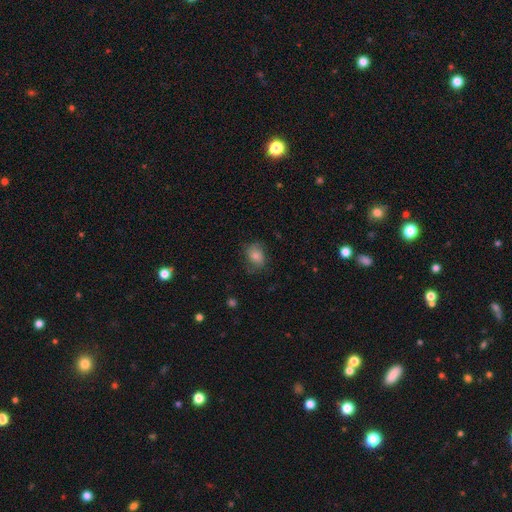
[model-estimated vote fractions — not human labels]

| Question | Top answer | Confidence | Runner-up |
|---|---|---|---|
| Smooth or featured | smooth | 66% | featured or disk (24%) |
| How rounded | in between | 59% | round (40%) |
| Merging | none | 62% | minor disturbance (24%) |